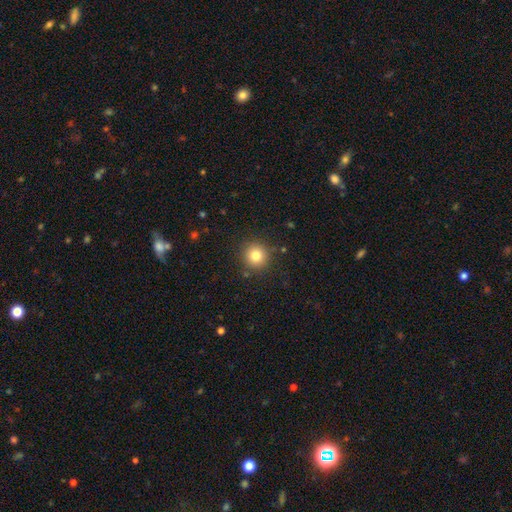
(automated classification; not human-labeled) smooth-or-featured: smooth: 80% | star or artifact: 12% | featured or disk: 8%
  how-rounded: round: 94% | in between: 5% | cigar-shaped: 1%
  merging: none: 89% | minor disturbance: 7% | major disturbance: 2% | merger: 2%